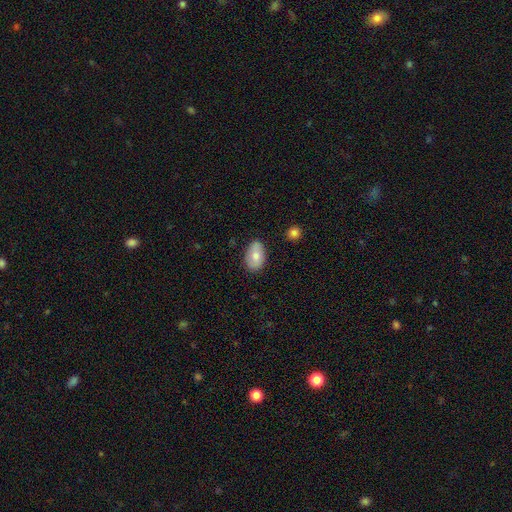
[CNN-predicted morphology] Smooth or featured? Predicted: smooth (p=0.72). How rounded? Predicted: in between (p=0.90). Merging? Predicted: none (p=0.80).